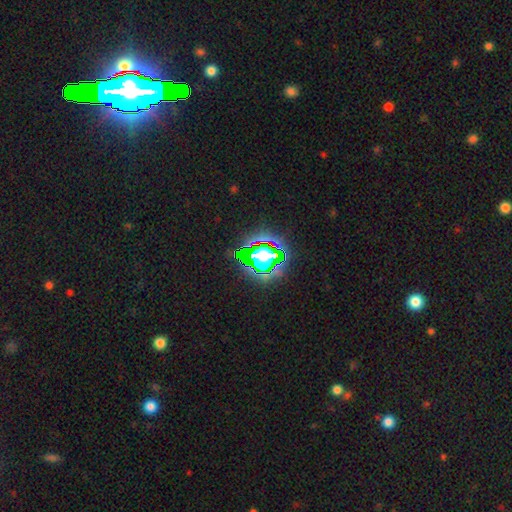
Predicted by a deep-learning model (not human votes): Smooth or featured: star or artifact — 81% (smooth — 11%)